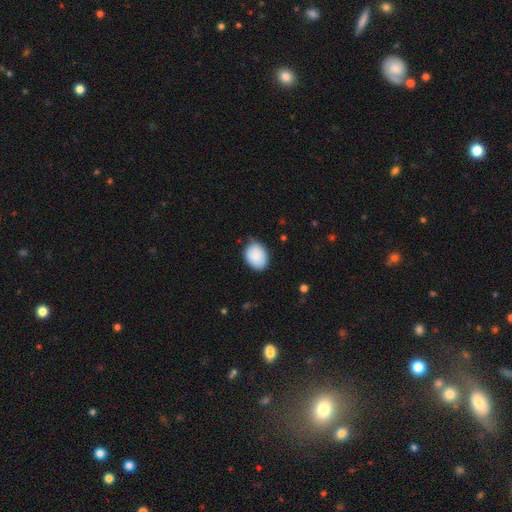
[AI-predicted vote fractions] A smooth galaxy with no disk features (87%) that is in between round and cigar-shaped (68%).

Vote fractions:
- Smooth or featured? smooth: 87% / featured or disk: 7% / star or artifact: 7%
- How rounded? in between: 68% / round: 31% / cigar-shaped: 1%
- Merging? none: 71% / minor disturbance: 24% / major disturbance: 3% / merger: 1%